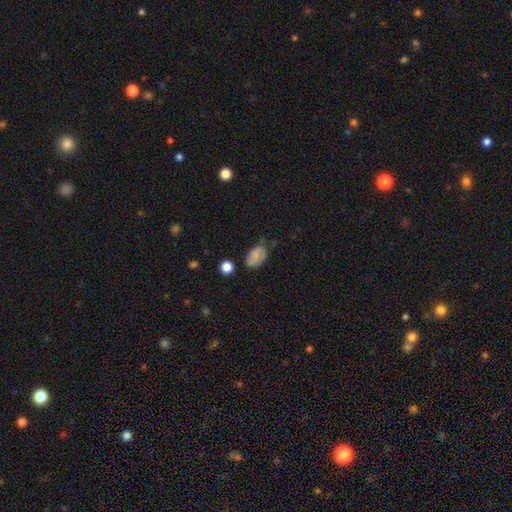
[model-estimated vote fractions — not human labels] A smooth galaxy with no disk features (73%) that is in between round and cigar-shaped (89%).

Vote fractions:
- Smooth or featured? smooth: 73% / featured or disk: 18% / star or artifact: 9%
- How rounded? in between: 89% / round: 10% / cigar-shaped: 2%
- Merging? none: 56% / minor disturbance: 32% / major disturbance: 7% / merger: 4%